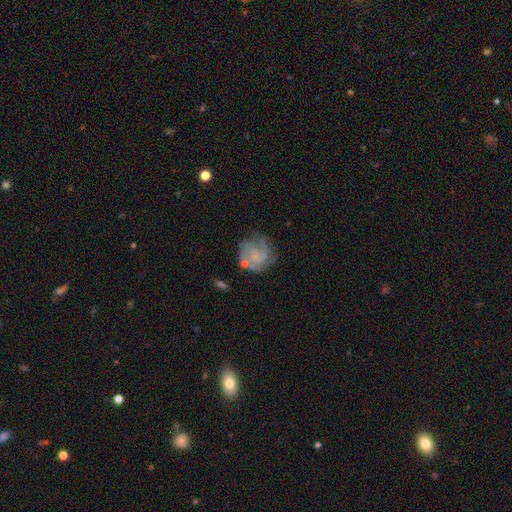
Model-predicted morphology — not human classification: This is likely a featured or disk galaxy (62%). It is clearly not viewed edge-on (98%). Bar: likely no (77%). Spiral arm pattern: likely yes (79%). Central bulge: possibly none (49%). Merging: possibly none (57%).